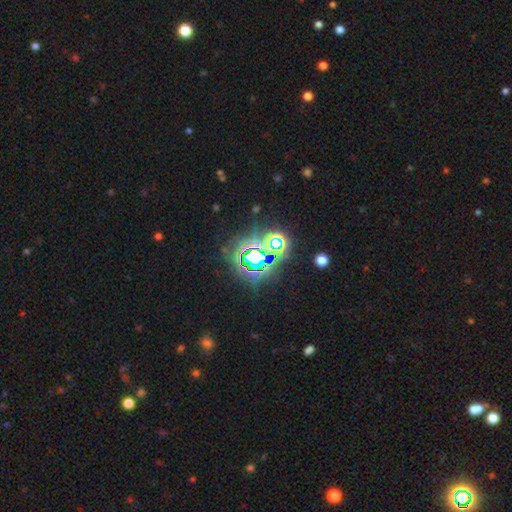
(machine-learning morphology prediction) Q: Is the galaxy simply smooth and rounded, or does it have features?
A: star or artifact — 79%.